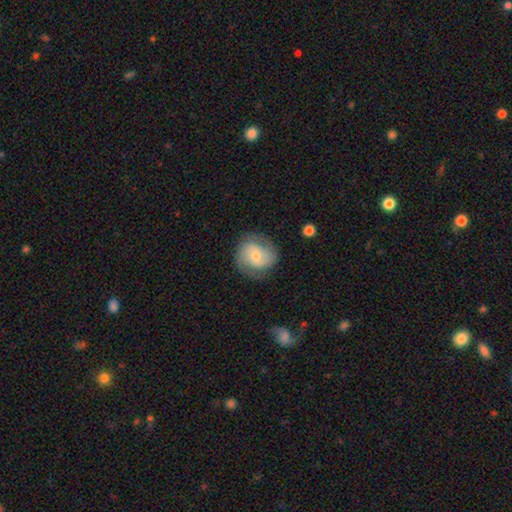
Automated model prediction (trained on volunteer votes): A featured or disk galaxy (61%) with no bar (54%), 2 (79%) medium (45%) spiral arms (88%) and a moderate central bulge (47%, tied with small).

Vote fractions:
- Smooth or featured? featured or disk: 61% / smooth: 32% / star or artifact: 7%
- Edge-on disk? no: 97% / yes: 3%
- Bar? no: 54% / weak: 37% / strong: 9%
- Spiral arms? yes: 88% / no: 12%
- Spiral winding? medium: 45% / tight: 36% / loose: 19%
- Spiral arm count? 2: 79% / can't tell: 12% / 3: 4% / 1: 3% / 4: 1% / more than 4: 1%
- Bulge size? moderate: 47% (tied) / small: 47% (tied) / large: 3% / none: 2% / dominant: 1%
- Merging? none: 75% / minor disturbance: 17% / major disturbance: 7% / merger: 1%